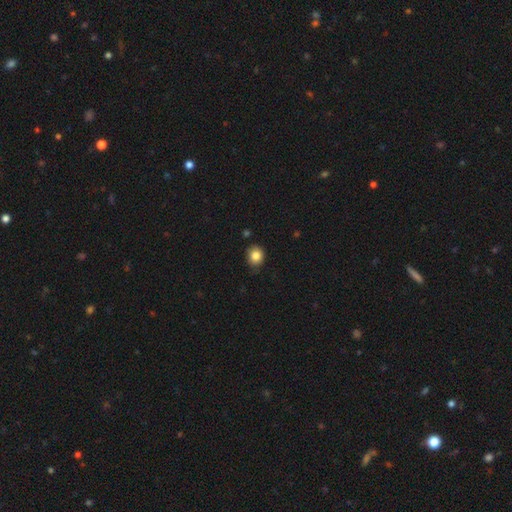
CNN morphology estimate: smooth 84%, star or artifact 10%, featured or disk 6%. Down the decision tree: how rounded — round (74%); merging — none (80%).